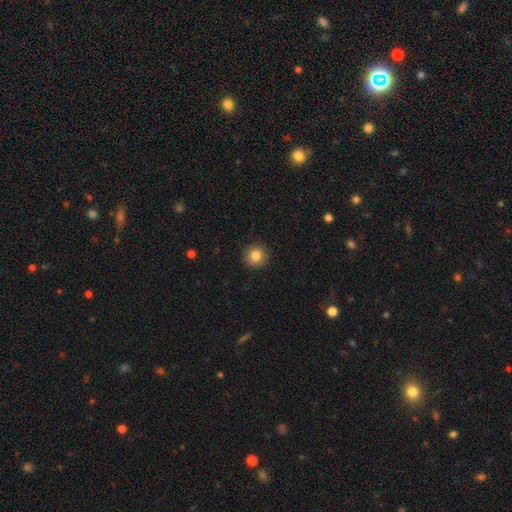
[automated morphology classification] smooth_or_featured: smooth (p=0.83) [alt: star or artifact p=0.10]
how_rounded: round (p=0.95) [alt: in between p=0.04]
merging: none (p=0.92) [alt: minor disturbance p=0.05]